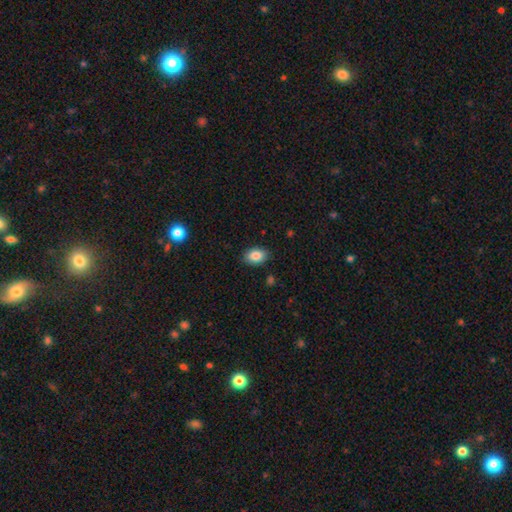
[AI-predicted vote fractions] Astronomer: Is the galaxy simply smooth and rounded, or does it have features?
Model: smooth — 86%.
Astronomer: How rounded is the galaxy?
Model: in between — 84%.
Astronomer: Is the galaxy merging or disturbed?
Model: none — 87%.